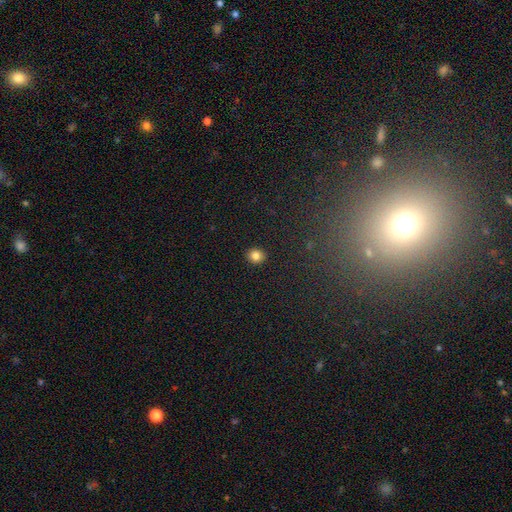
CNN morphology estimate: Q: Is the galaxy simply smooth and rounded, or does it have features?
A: smooth — 83%.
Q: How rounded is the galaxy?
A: round — 79%.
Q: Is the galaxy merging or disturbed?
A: none — 92%.